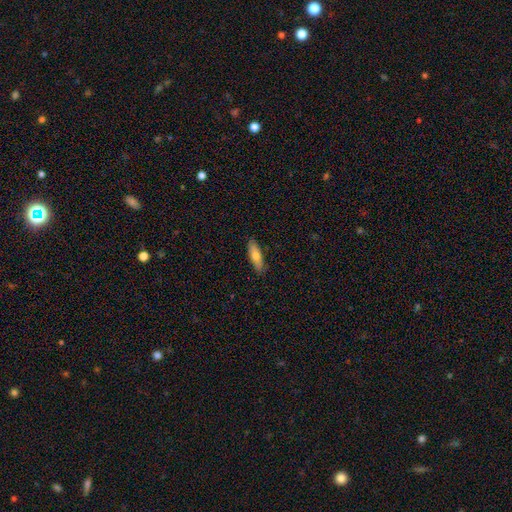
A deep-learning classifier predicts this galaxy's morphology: type=smooth (70%); roundness=in between (52%); merging=none (86%).